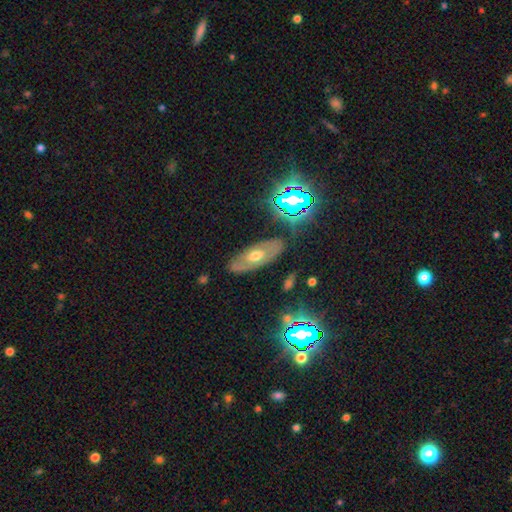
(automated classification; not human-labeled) Morphology: type=featured or disk (54%); edge-on=no (76%); merging=none (80%).